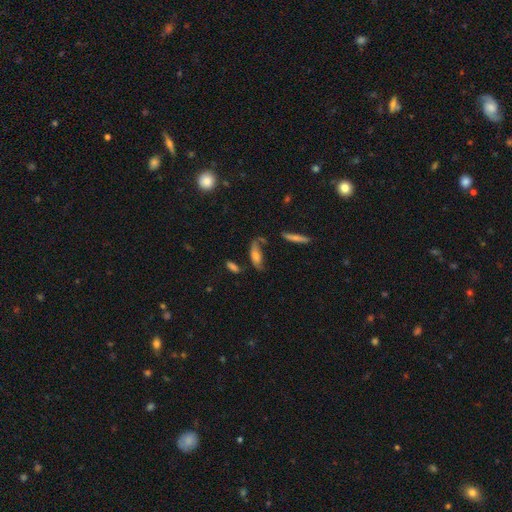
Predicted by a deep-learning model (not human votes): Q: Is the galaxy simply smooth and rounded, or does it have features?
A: smooth — 57%.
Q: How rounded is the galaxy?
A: in between — 64%.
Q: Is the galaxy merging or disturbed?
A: none — 47%.